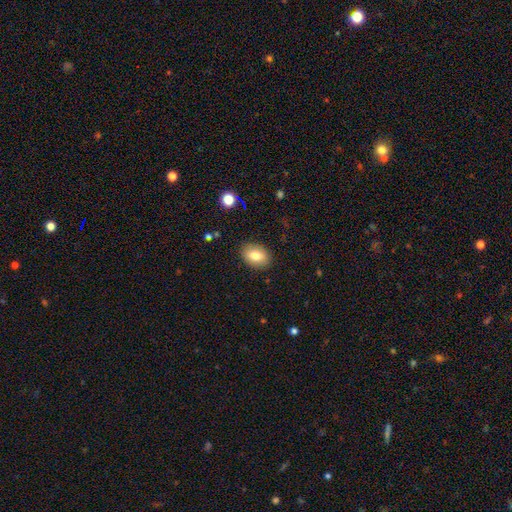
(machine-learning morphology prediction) Q: Smooth or featured?
A: smooth (78%); runner-up: featured or disk (14%)
Q: How rounded?
A: in between (72%); runner-up: round (27%)
Q: Merging?
A: none (87%); runner-up: minor disturbance (9%)